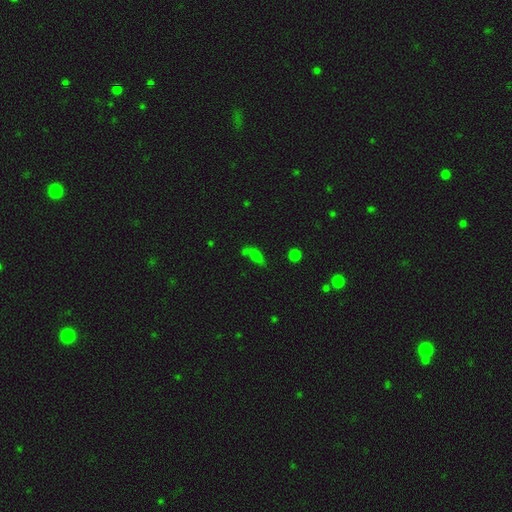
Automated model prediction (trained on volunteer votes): smooth-or-featured: smooth: 64% | featured or disk: 18% | star or artifact: 18%
  how-rounded: in between: 68% | cigar-shaped: 21% | round: 11%
  merging: none: 46% | merger: 22% | minor disturbance: 20% | major disturbance: 12%